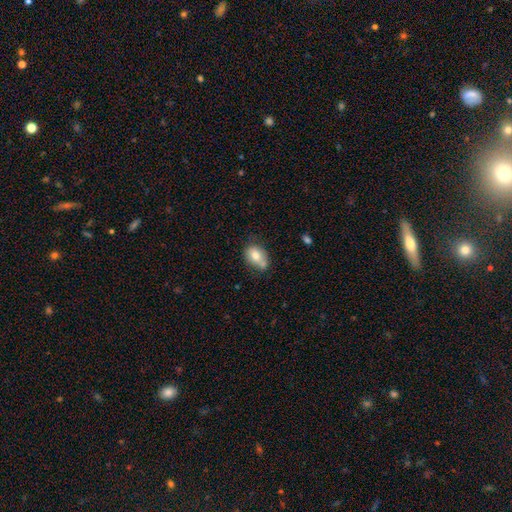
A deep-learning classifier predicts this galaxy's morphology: Q: Smooth or featured?
A: smooth (74%); runner-up: featured or disk (18%)
Q: How rounded?
A: in between (69%); runner-up: round (29%)
Q: Merging?
A: none (49%); runner-up: merger (24%)